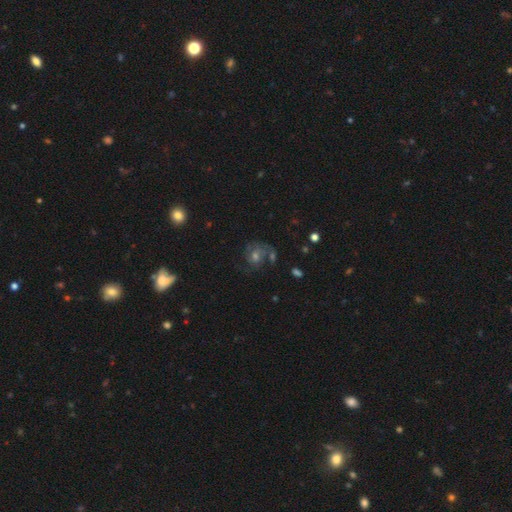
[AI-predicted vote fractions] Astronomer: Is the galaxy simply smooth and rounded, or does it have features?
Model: featured or disk — 53%.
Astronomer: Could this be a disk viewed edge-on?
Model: no — 97%.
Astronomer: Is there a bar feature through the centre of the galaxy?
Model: no — 77%.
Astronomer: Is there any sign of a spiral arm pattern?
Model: yes — 77%.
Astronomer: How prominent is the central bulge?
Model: moderate — 58%.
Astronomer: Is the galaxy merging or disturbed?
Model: none — 53%.